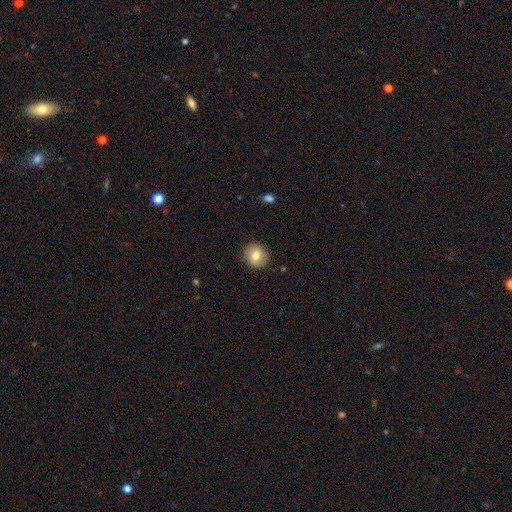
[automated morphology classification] type=smooth (76%); roundness=round (88%); merging=none (88%).